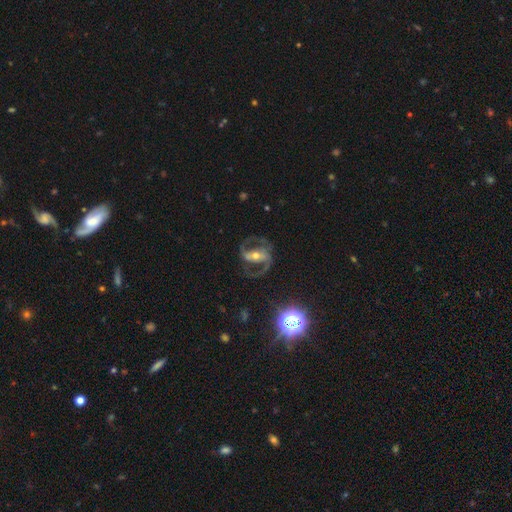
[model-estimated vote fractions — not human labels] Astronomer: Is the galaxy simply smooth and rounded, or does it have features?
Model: featured or disk — 87%.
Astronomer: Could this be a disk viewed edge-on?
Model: no — 97%.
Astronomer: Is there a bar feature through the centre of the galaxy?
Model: strong — 57%.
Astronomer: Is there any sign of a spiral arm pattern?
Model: yes — 94%.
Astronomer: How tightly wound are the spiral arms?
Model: medium — 59%.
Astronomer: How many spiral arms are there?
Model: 2 — 92%.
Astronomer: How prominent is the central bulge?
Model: moderate — 57% (runner-up: small, 36%).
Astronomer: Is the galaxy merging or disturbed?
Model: none — 74%.